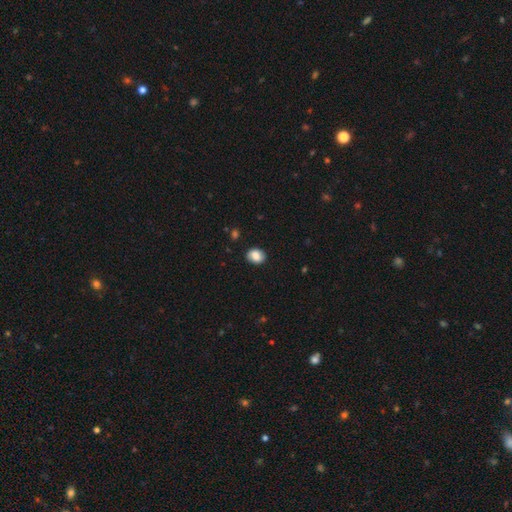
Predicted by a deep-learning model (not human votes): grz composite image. It shows a smooth galaxy with no disk features (83%) that is in between round and cigar-shaped (56%). Merging: none (87%).